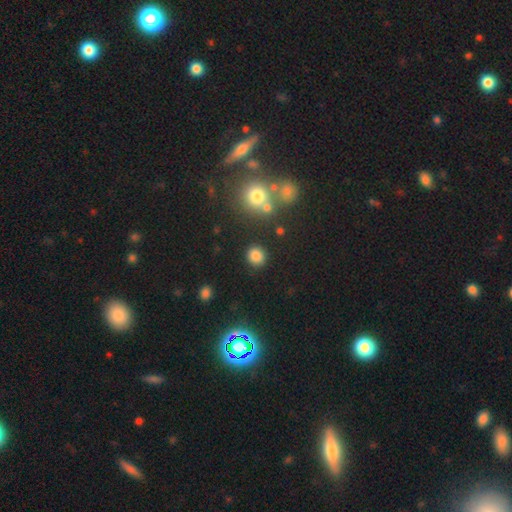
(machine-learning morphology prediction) Q: Smooth or featured?
A: smooth (83%); runner-up: star or artifact (12%)
Q: How rounded?
A: round (83%); runner-up: in between (16%)
Q: Merging?
A: none (87%); runner-up: minor disturbance (7%)